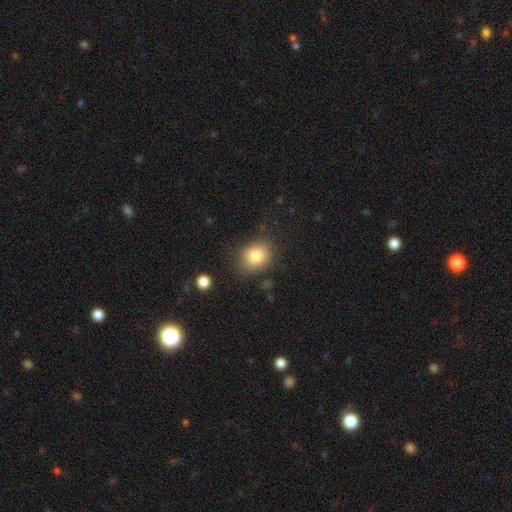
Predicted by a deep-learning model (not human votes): A smooth galaxy with no disk features (81%) that is round (59%). Merging: none (77%).